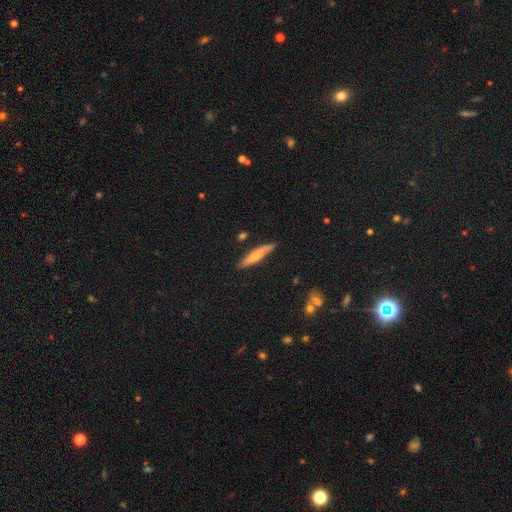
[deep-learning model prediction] Overall: smooth (63%; featured or disk 31%). How rounded: cigar-shaped (86%). Merging: none (79%).